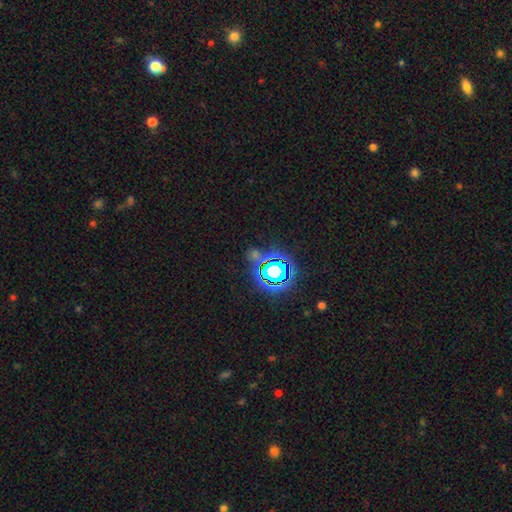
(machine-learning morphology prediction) type=star or artifact (66%).